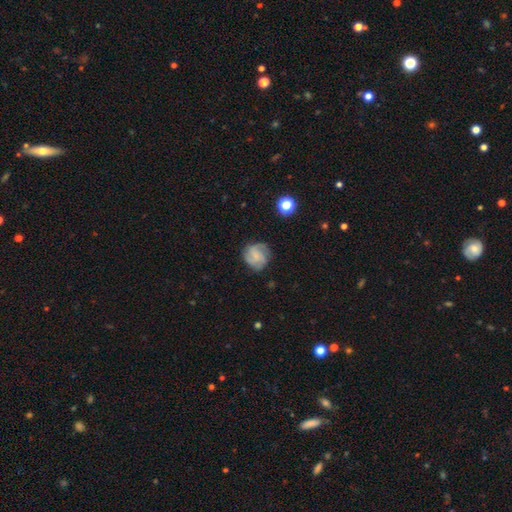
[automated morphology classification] featured or disk 54%, smooth 37%, star or artifact 9%. Down the decision tree: edge-on disk — no (98%); bar — no (63%); spiral arms — yes (90%); bulge size — none (41%); merging — none (73%).